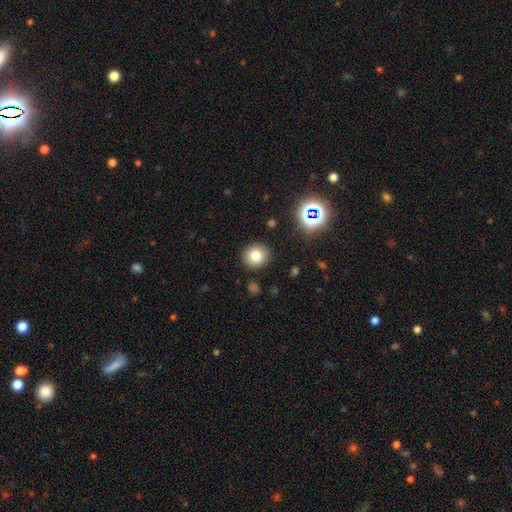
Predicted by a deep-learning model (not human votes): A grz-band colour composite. It shows a smooth galaxy with no disk features (78%) that is round (85%). Merging: none (89%).